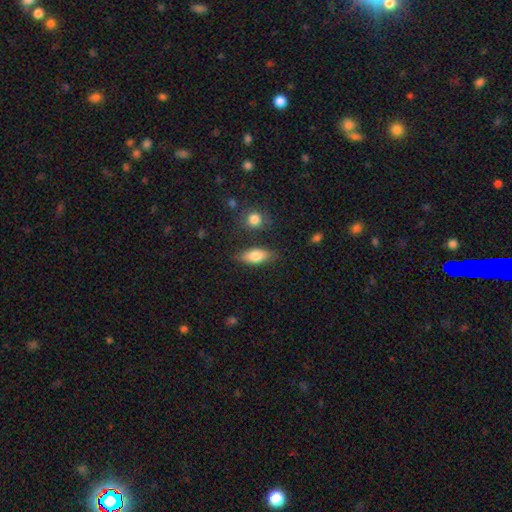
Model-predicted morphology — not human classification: This is likely a smooth galaxy (76%). How rounded: likely in between (79%). Merging: likely none (79%).